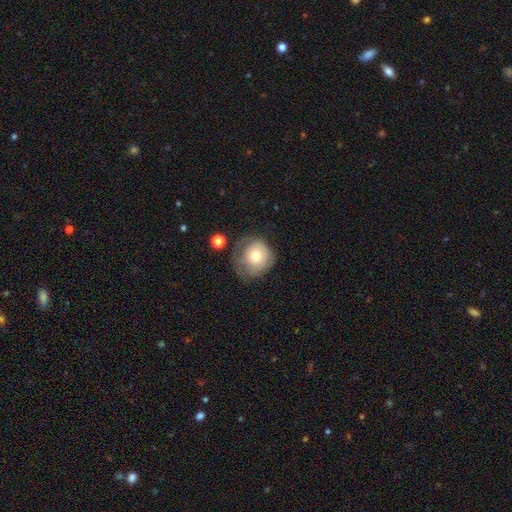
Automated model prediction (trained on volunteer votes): This appears to be a smooth galaxy with no disk features (65%) that is round (86%). Merging: none (50%).